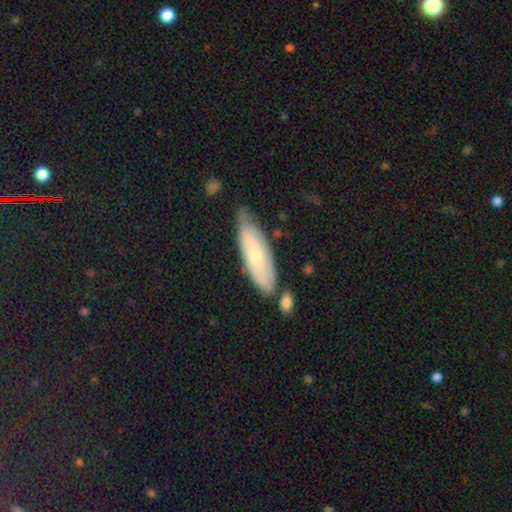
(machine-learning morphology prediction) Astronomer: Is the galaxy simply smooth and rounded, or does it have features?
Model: smooth — 58% (runner-up: featured or disk, 35%).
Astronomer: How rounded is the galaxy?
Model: in between — 52% (runner-up: cigar-shaped, 47%).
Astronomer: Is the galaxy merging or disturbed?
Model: none — 59%.